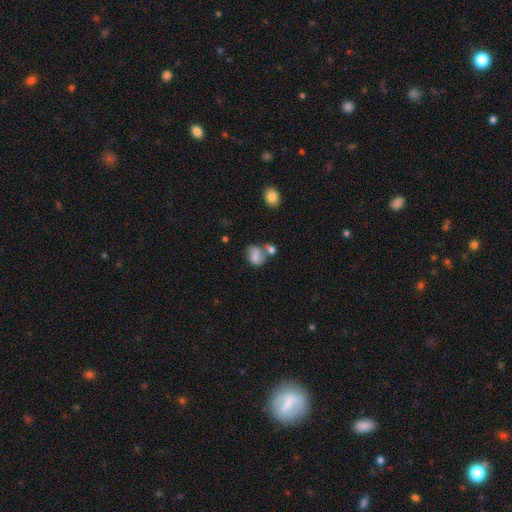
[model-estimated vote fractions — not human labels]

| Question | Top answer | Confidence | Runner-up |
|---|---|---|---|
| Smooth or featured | smooth | 62% | featured or disk (28%) |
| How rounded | in between | 59% | round (39%) |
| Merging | none | 35% | tied: merger (35%) |